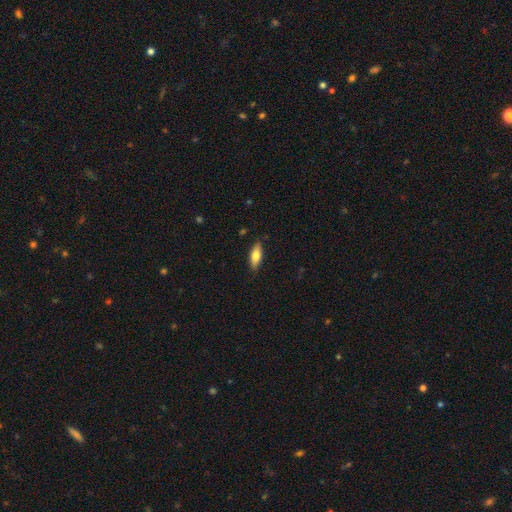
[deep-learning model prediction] smooth_or_featured: smooth (p=0.71) [alt: featured or disk p=0.23]
how_rounded: in between (p=0.68) [alt: cigar-shaped p=0.30]
merging: none (p=0.86) [alt: minor disturbance p=0.11]